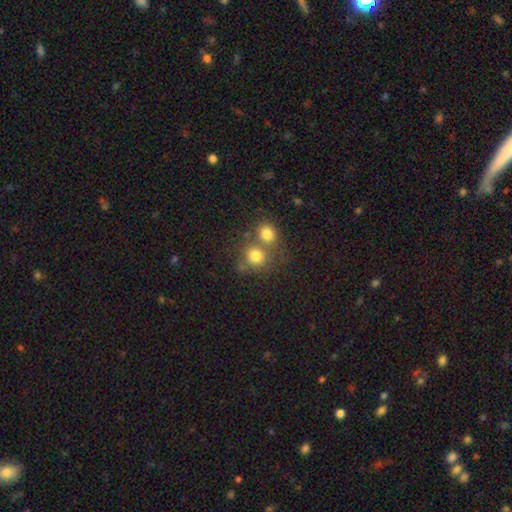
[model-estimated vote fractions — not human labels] This is likely a smooth galaxy (77%). How rounded: clearly round (85%). Merging: possibly none (46%).